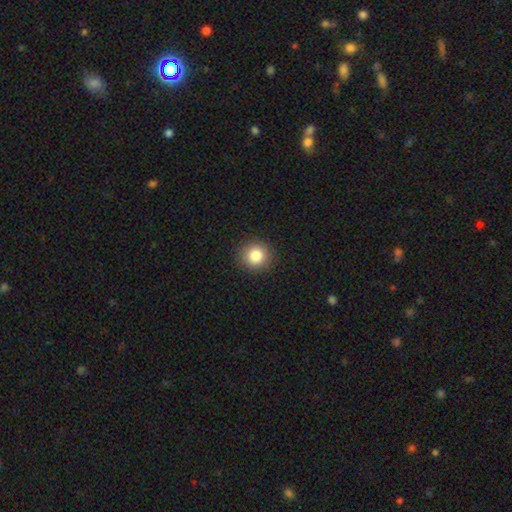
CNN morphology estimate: The model was most divided on "smooth or featured": smooth: 84%, star or artifact: 10%, featured or disk: 6%. More confident: merging — none (92%); how rounded — round (90%).